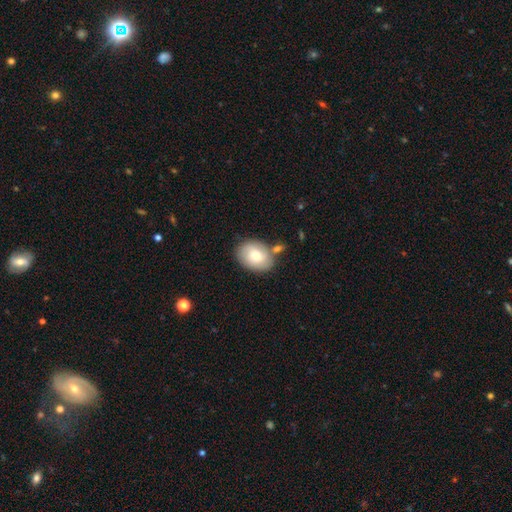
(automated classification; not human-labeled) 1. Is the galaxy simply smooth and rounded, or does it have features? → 73% smooth, 21% featured or disk, 6% star or artifact.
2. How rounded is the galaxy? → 71% in between, 28% round, 1% cigar-shaped.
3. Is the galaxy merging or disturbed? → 68% none, 16% minor disturbance, 12% merger, 4% major disturbance.